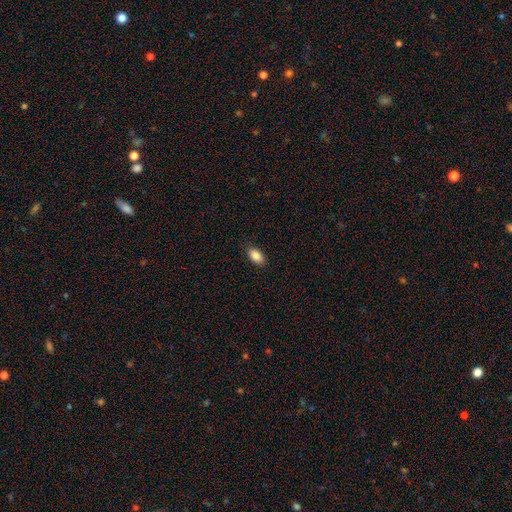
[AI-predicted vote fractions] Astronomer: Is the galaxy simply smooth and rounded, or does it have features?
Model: smooth — 87%.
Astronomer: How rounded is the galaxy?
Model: in between — 92%.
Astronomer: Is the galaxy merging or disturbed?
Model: none — 87%.